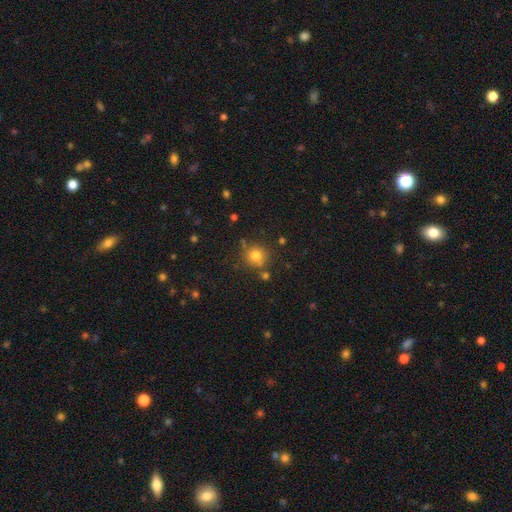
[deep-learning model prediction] Overall: smooth (78%). How rounded: round (89%). Merging: none (75%).